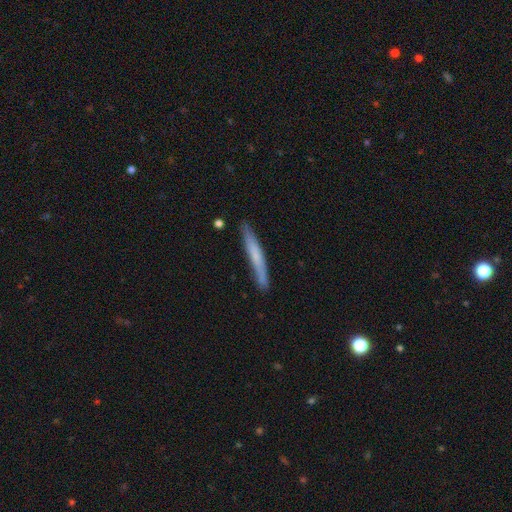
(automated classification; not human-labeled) This is possibly a smooth galaxy (59%). How rounded: clearly cigar-shaped (96%). Merging: clearly none (84%).